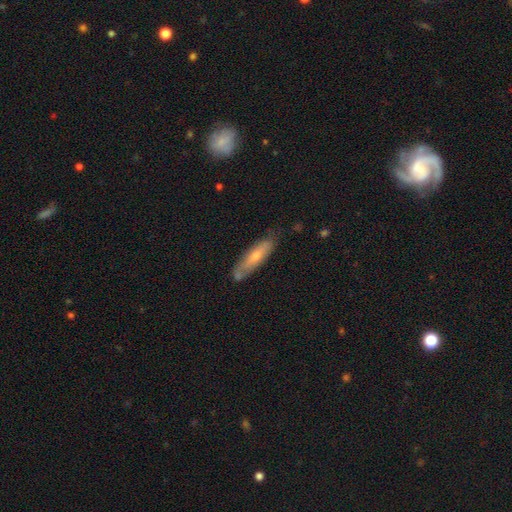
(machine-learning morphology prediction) This appears to be a smooth galaxy with no disk features (53%) that is cigar-shaped (73%). Merging: none (71%).